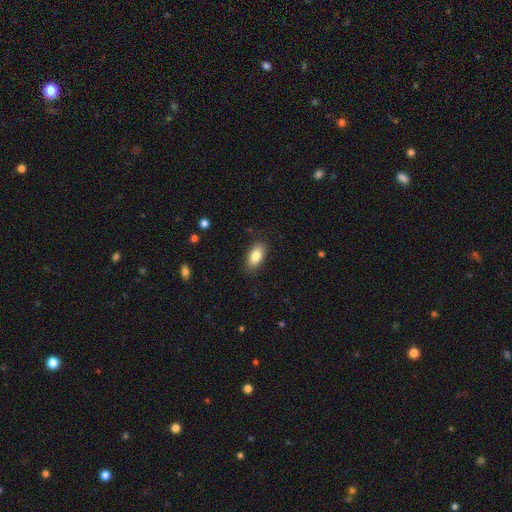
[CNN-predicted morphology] The model was most divided on "smooth or featured": smooth: 84%, featured or disk: 9%, star or artifact: 7%. More confident: how rounded — in between (90%); merging — none (86%).